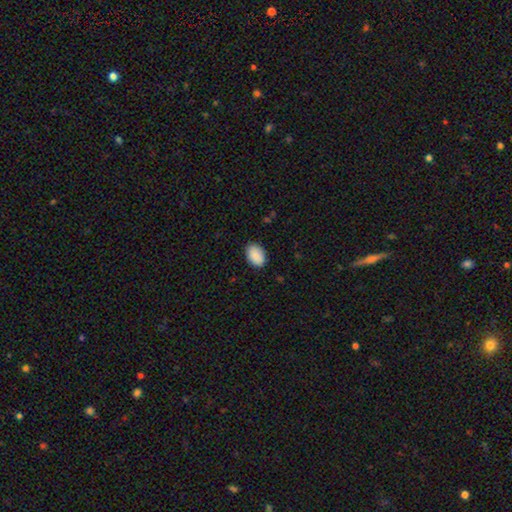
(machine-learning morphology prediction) This is clearly a smooth galaxy (88%). How rounded: clearly in between (86%). Merging: clearly none (86%).